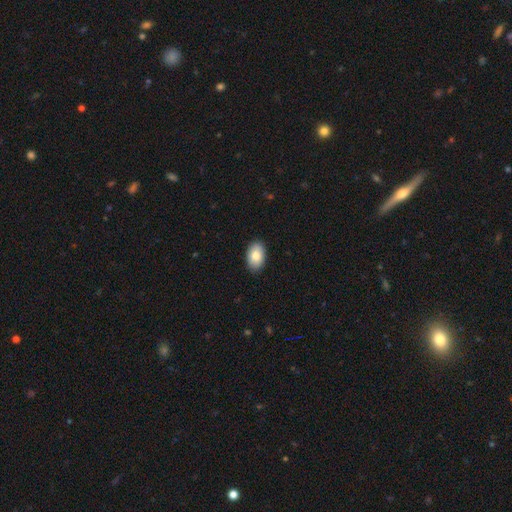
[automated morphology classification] This appears to be a smooth galaxy with no disk features (84%) that is in between round and cigar-shaped (92%). Merging: none (89%).